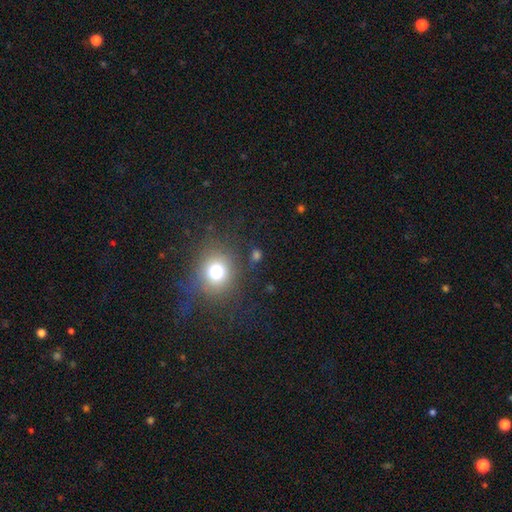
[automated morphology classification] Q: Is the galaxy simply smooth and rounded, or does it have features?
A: smooth — 54%.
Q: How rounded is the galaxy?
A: round — 80%.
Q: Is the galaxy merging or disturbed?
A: none — 77%.